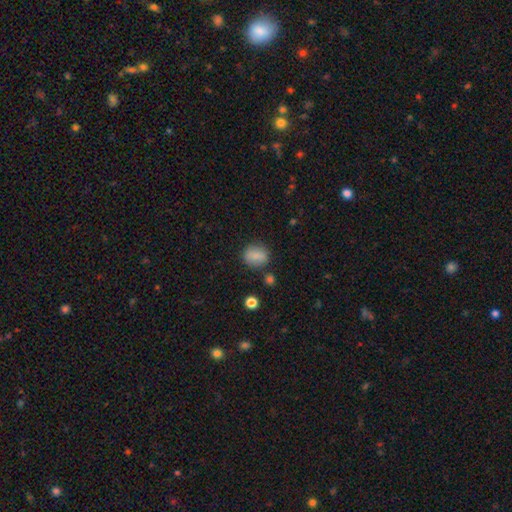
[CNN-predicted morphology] Smooth or featured: smooth — 82% (star or artifact — 10%)
How rounded: round — 61% (in between — 38%)
Merging: none — 78% (minor disturbance — 14%)